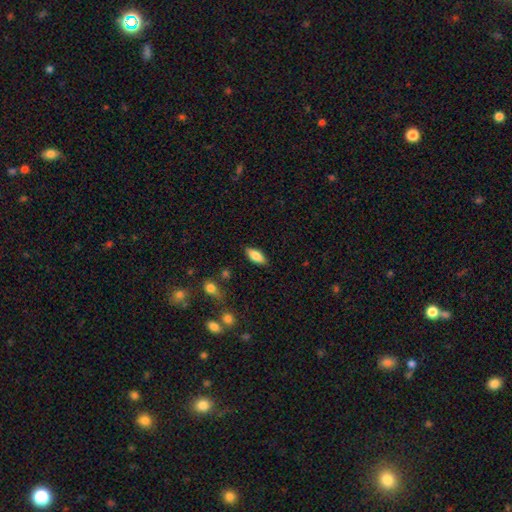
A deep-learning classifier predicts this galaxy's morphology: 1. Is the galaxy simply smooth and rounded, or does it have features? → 73% smooth, 20% featured or disk, 7% star or artifact.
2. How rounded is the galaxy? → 80% in between, 18% cigar-shaped, 3% round.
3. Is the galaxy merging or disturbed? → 86% none, 10% minor disturbance, 2% major disturbance, 2% merger.